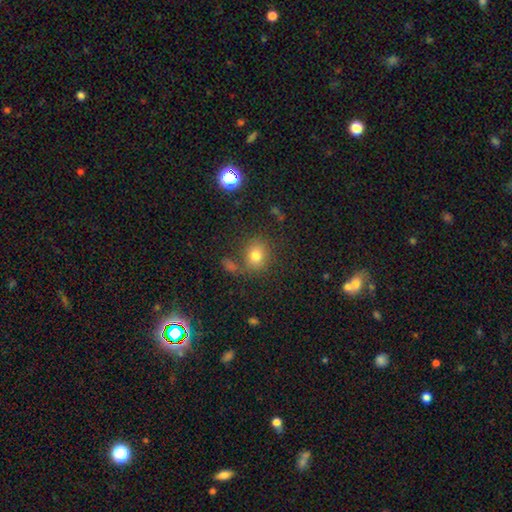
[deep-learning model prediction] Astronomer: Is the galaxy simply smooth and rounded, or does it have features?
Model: smooth — 76%.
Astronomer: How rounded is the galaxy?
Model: round — 68%.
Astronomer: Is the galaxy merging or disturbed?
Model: none — 71%.